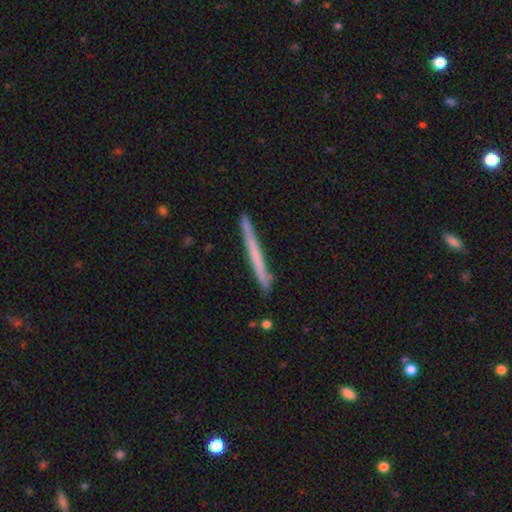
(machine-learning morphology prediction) This appears to be a smooth galaxy with no disk features (52%) that is cigar-shaped (97%). Merging: none (88%).